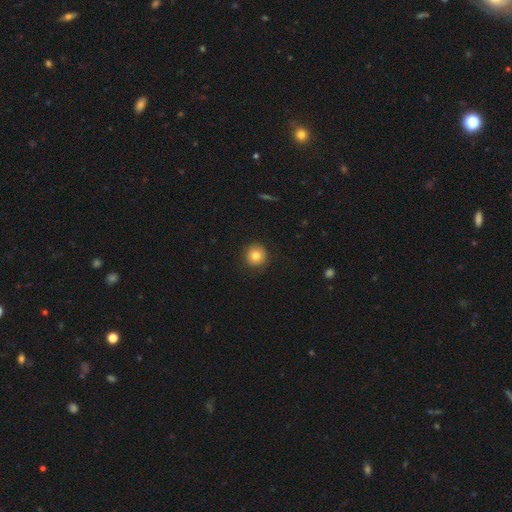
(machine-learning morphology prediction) type=smooth (81%); roundness=round (95%); merging=none (90%).